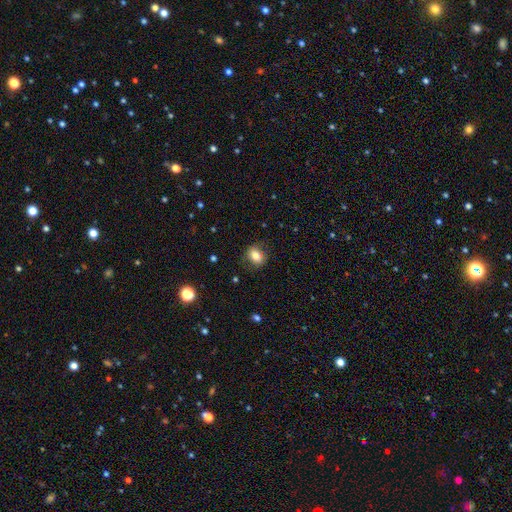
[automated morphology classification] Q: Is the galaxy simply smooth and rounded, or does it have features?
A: smooth — 77%.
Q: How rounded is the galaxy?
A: in between — 54%.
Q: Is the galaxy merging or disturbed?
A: none — 78%.